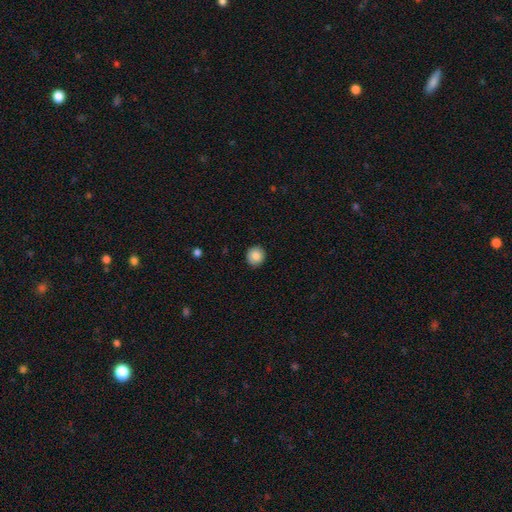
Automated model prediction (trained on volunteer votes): Smooth or featured? Predicted: smooth (p=0.83). How rounded? Predicted: round (p=0.93). Merging? Predicted: none (p=0.91).